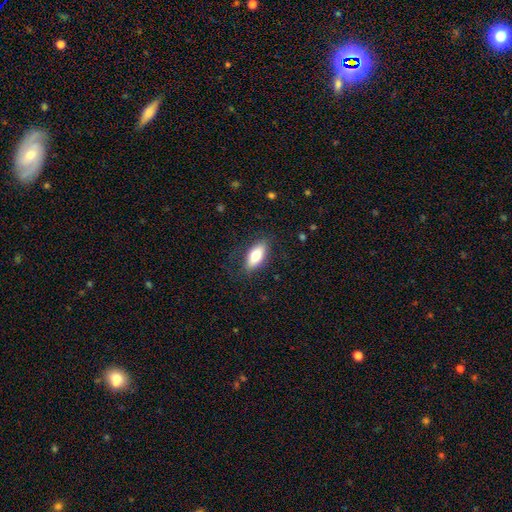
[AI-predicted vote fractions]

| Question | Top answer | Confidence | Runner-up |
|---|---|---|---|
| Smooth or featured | smooth | 74% | featured or disk (20%) |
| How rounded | in between | 82% | cigar-shaped (14%) |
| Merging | none | 81% | minor disturbance (13%) |